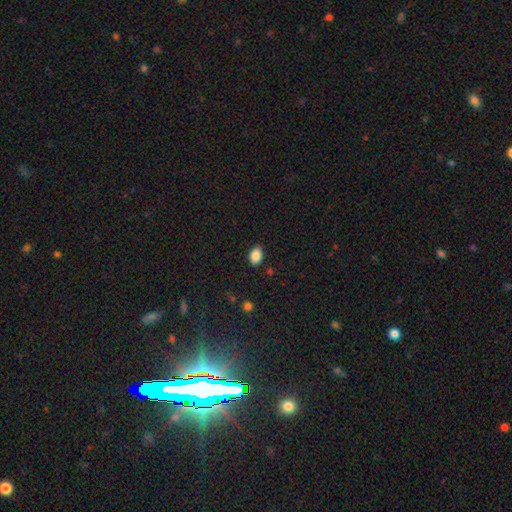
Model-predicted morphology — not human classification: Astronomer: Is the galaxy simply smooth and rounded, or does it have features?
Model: smooth — 86%.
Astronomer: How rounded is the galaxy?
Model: in between — 80%.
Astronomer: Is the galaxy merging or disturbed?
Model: none — 85%.